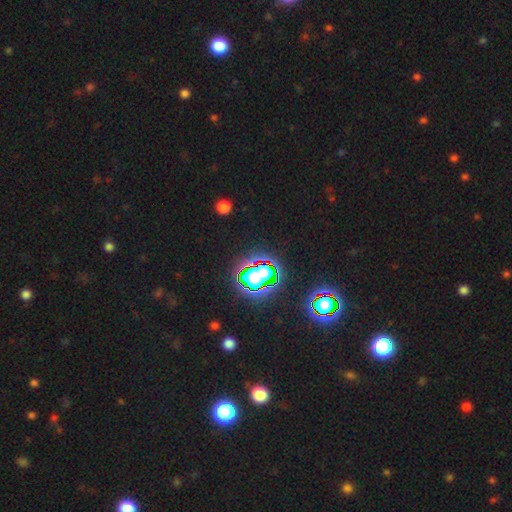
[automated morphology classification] Overall: star or artifact (82%).